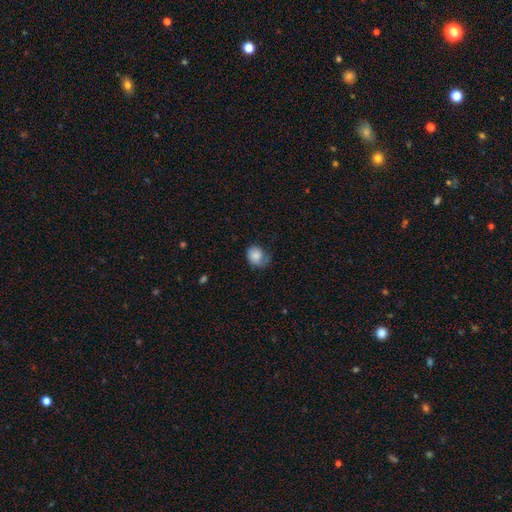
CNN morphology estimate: smooth 77%, featured or disk 15%, star or artifact 7%. Down the decision tree: how rounded — round (59%); merging — none (42%).